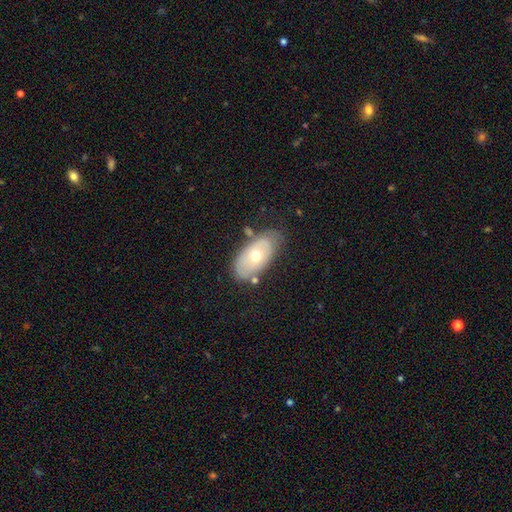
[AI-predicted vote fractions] Overall: smooth (51%; featured or disk 42%). How rounded: in between (91%). Merging: none (66%).